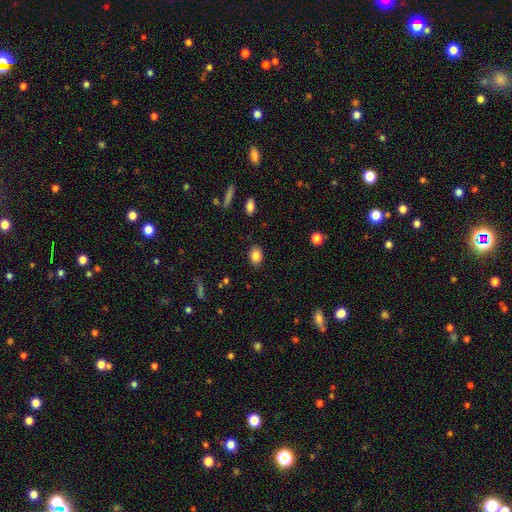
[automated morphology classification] Overall: smooth (85%). How rounded: in between (73%). Merging: none (85%).